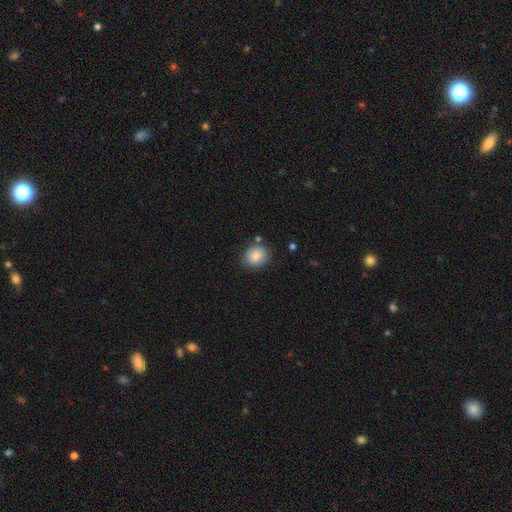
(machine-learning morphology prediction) Overall: smooth (84%). How rounded: round (77%). Merging: none (79%).